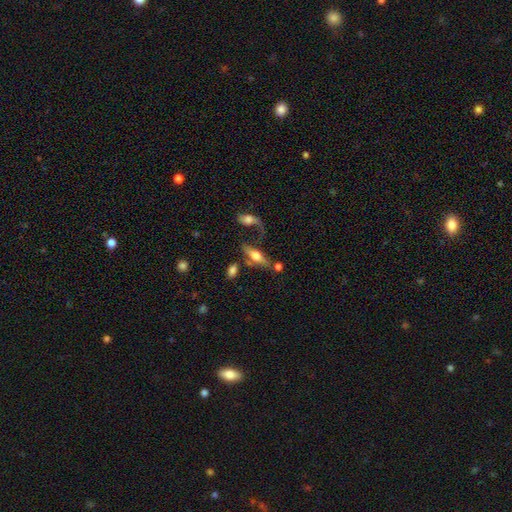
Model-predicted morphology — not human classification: Smooth or featured? smooth (49%)
Merging? none (44%)